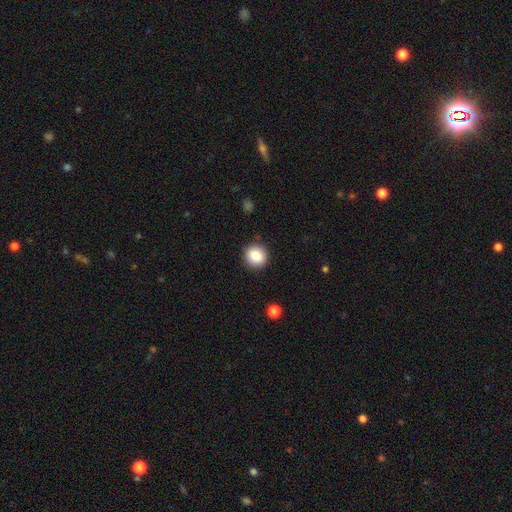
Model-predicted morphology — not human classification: A smooth galaxy with no disk features (84%) that is round (92%).

Vote fractions:
- Smooth or featured? smooth: 84% / star or artifact: 9% / featured or disk: 6%
- How rounded? round: 92% / in between: 7% / cigar-shaped: 1%
- Merging? none: 90% / minor disturbance: 7% / major disturbance: 2% / merger: 1%